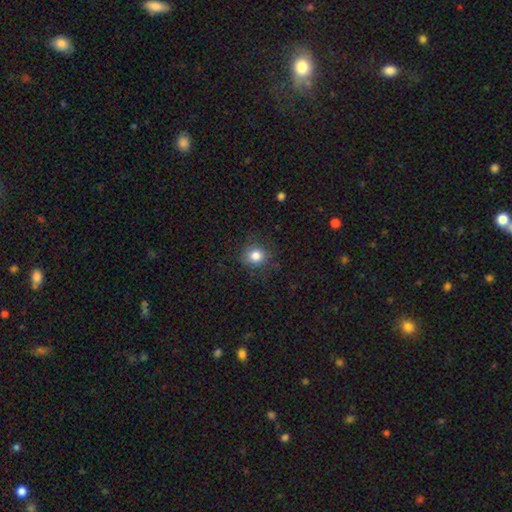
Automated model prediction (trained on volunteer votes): Q: Smooth or featured?
A: smooth (82%); runner-up: star or artifact (12%)
Q: How rounded?
A: round (86%); runner-up: in between (13%)
Q: Merging?
A: none (84%); runner-up: minor disturbance (11%)